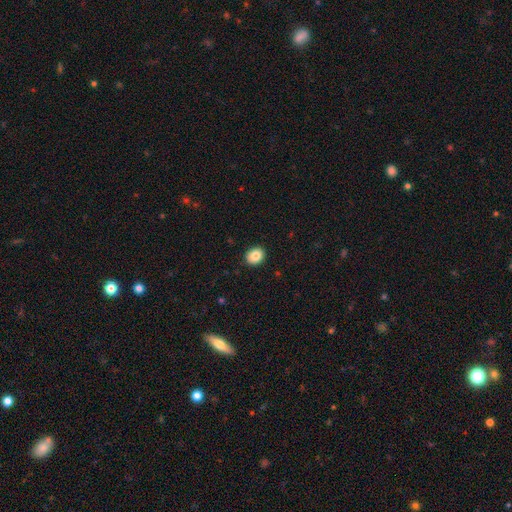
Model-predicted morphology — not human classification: Smooth or featured: smooth — 85% (star or artifact — 9%)
How rounded: round — 63% (in between — 36%)
Merging: none — 91% (minor disturbance — 6%)